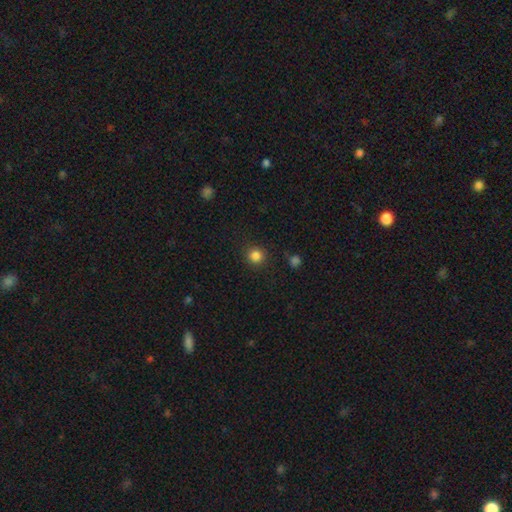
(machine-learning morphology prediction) Smooth or featured? smooth (84%)
How rounded? round (93%)
Merging? none (89%)